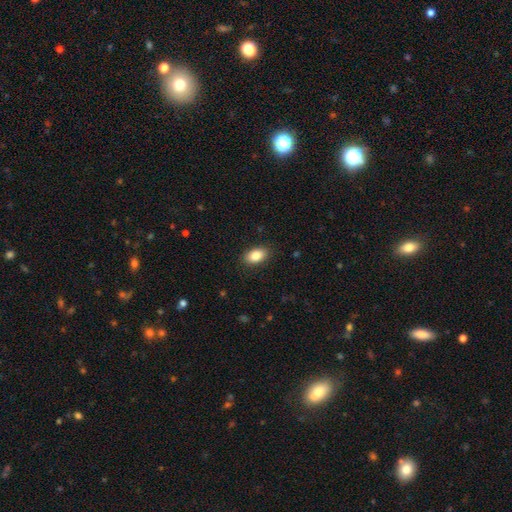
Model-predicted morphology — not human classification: Overall: smooth (86%). How rounded: in between (90%). Merging: none (87%).